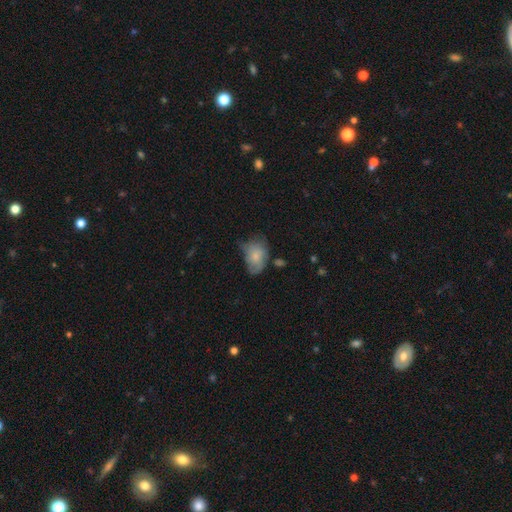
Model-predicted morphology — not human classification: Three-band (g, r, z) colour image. It shows a smooth galaxy with no disk features (71%) that is in between round and cigar-shaped (78%). Merging: minor disturbance (41%).